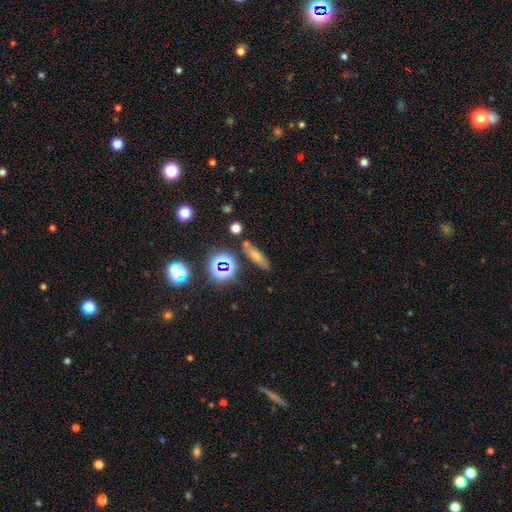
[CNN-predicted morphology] Smooth or featured? Predicted: smooth (p=0.39). Merging? Predicted: none (p=0.80).